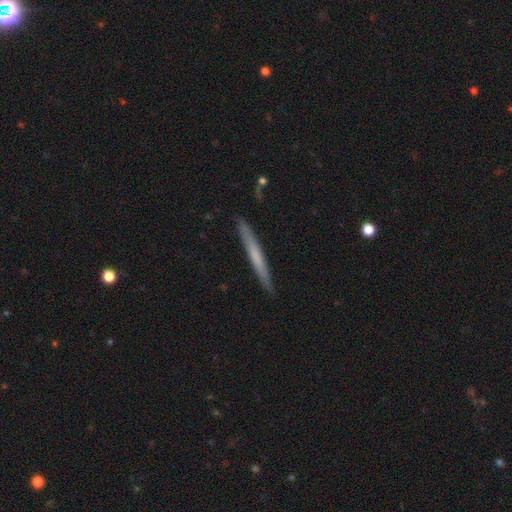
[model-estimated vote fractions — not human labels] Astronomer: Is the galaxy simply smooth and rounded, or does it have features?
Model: smooth — 52% (runner-up: featured or disk, 42%).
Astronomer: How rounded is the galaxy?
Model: cigar-shaped — 97%.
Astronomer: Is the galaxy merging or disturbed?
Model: none — 90%.